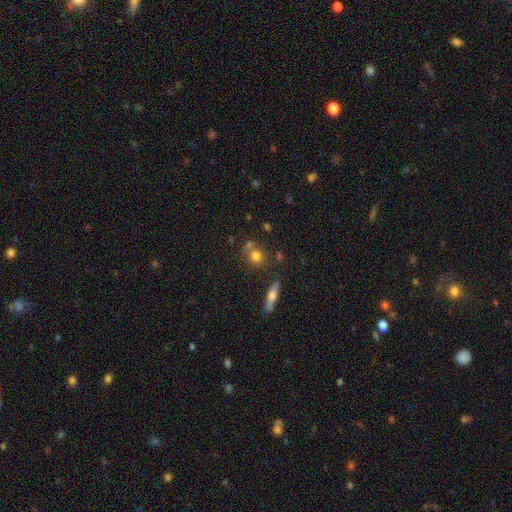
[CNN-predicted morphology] smooth-or-featured: smooth: 74% | star or artifact: 13% | featured or disk: 13%
  how-rounded: round: 74% | in between: 22% | cigar-shaped: 4%
  merging: none: 61% | merger: 23% | minor disturbance: 12% | major disturbance: 4%